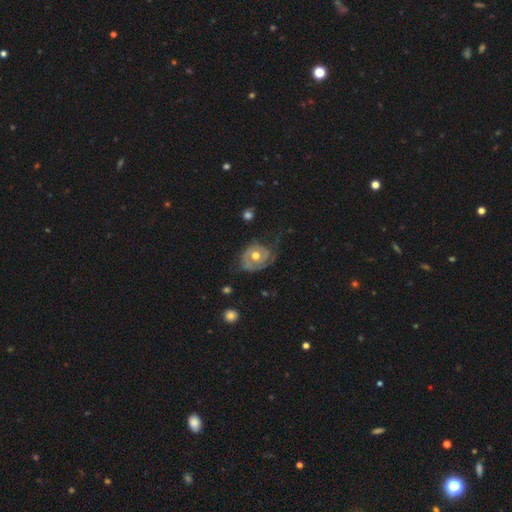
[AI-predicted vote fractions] Smooth or featured: featured or disk — 75% (smooth — 20%)
Edge-on disk: no — 97% (yes — 3%)
Bar: no — 78% (weak — 18%)
Spiral arms: yes — 82% (no — 18%)
Spiral winding: tight — 59% (medium — 29%)
Spiral arm count: 2 — 44% (can't tell — 22%)
Bulge size: moderate — 77% (large — 11%)
Merging: none — 47% (minor disturbance — 27%)